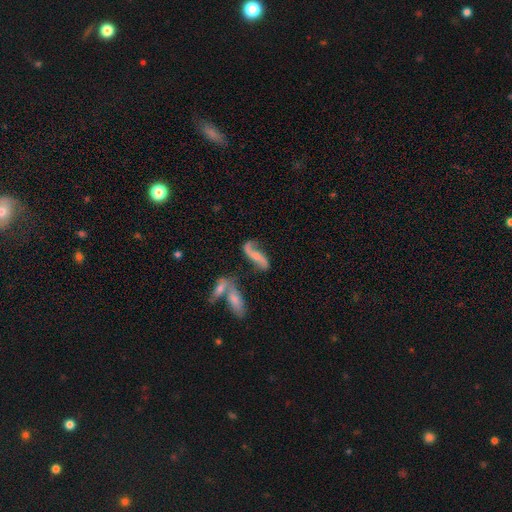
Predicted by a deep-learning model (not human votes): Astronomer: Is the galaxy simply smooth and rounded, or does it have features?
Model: featured or disk — 73%.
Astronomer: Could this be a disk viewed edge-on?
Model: no — 90%.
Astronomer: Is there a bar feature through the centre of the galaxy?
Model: no — 52% (runner-up: weak, 33%).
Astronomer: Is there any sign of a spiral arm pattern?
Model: yes — 92%.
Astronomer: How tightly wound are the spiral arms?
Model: loose — 84%.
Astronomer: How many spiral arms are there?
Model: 2 — 88%.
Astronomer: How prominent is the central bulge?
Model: none — 37% (runner-up: small, 33%).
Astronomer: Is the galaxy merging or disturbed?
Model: none — 51%.